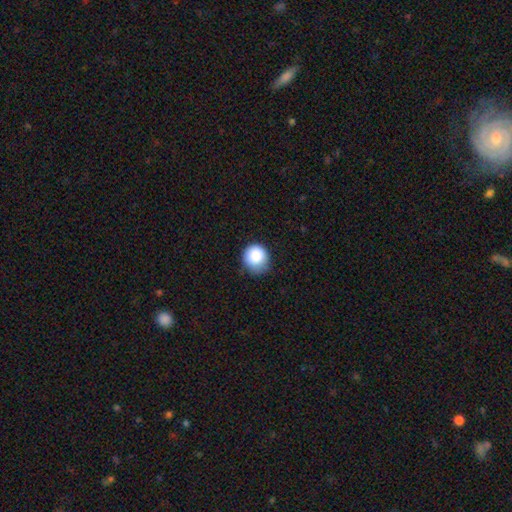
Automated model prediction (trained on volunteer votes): smooth-or-featured: smooth: 86% | star or artifact: 9% | featured or disk: 5%
  how-rounded: round: 88% | in between: 11% | cigar-shaped: 1%
  merging: none: 69% | minor disturbance: 25% | major disturbance: 5% | merger: 1%